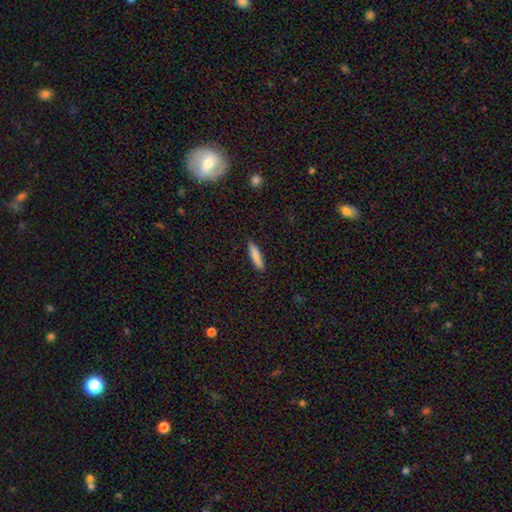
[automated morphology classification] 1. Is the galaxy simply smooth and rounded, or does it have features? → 85% smooth, 8% featured or disk, 6% star or artifact.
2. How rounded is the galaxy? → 79% cigar-shaped, 19% in between, 1% round.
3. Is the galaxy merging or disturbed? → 89% none, 9% minor disturbance, 2% major disturbance, 1% merger.